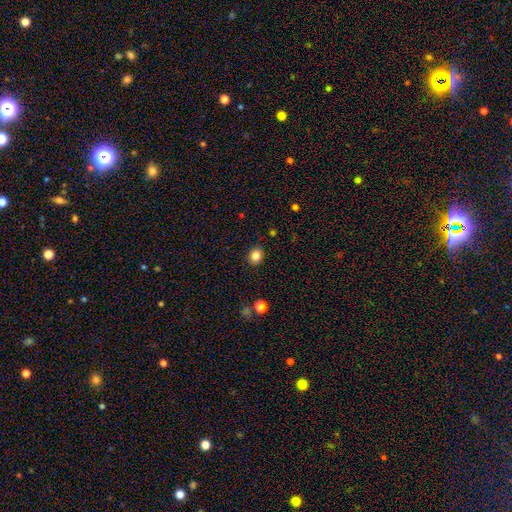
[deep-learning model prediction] Smooth or featured: smooth — 83% (star or artifact — 11%)
How rounded: round — 65% (in between — 34%)
Merging: none — 89% (minor disturbance — 8%)